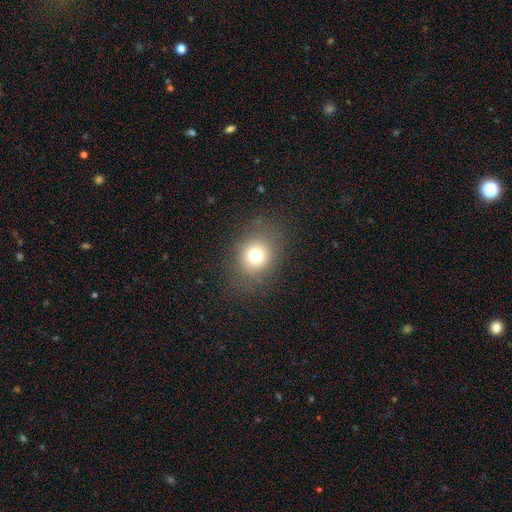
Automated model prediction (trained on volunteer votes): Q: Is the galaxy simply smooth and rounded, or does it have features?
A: smooth — 74%.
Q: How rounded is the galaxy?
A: round — 65%.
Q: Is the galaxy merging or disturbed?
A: none — 81%.